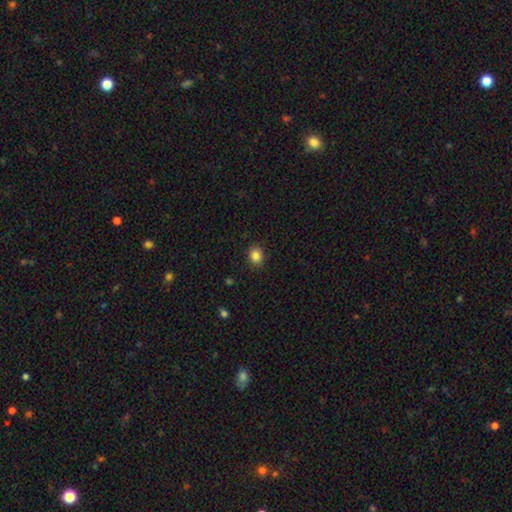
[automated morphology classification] smooth-or-featured: smooth: 85% | star or artifact: 10% | featured or disk: 5%
  how-rounded: round: 57% | in between: 42% | cigar-shaped: 1%
  merging: none: 88% | minor disturbance: 9% | major disturbance: 2% | merger: 1%